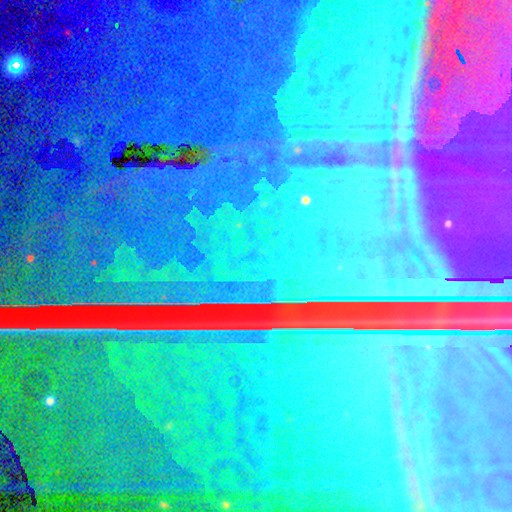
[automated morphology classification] Smooth or featured? star or artifact (86%)